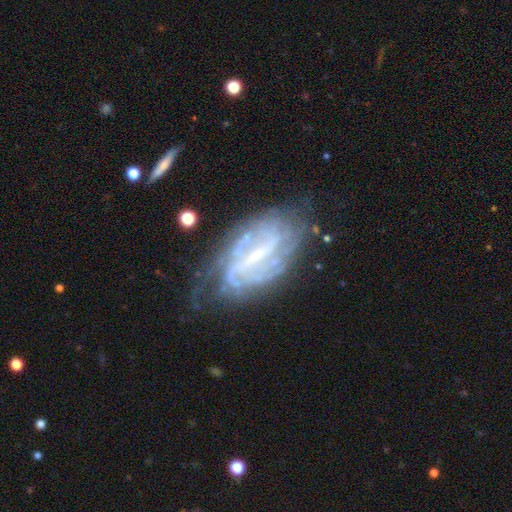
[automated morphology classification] Smooth or featured? Predicted: featured or disk (p=0.83). Edge-on disk? Predicted: no (p=0.94). Bar? Predicted: strong (p=0.48). Spiral arms? Predicted: yes (p=0.89). Spiral winding? Predicted: tight (p=0.53). Spiral arm count? Predicted: can't tell (p=0.44). Bulge size? Predicted: small (p=0.67). Merging? Predicted: none (p=0.58).